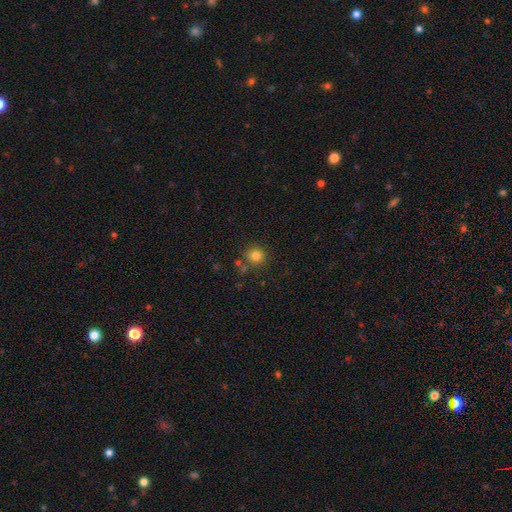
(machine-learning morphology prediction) type=smooth (81%); roundness=round (90%); merging=none (76%).